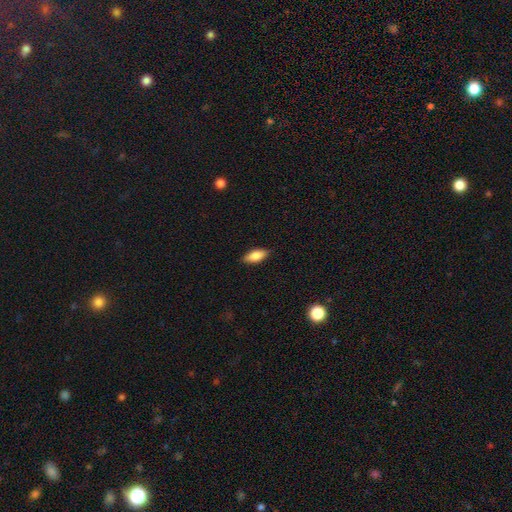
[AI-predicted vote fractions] smooth-or-featured: smooth: 81% | featured or disk: 12% | star or artifact: 6%
  how-rounded: in between: 83% | cigar-shaped: 14% | round: 3%
  merging: none: 86% | minor disturbance: 11% | major disturbance: 2% | merger: 1%